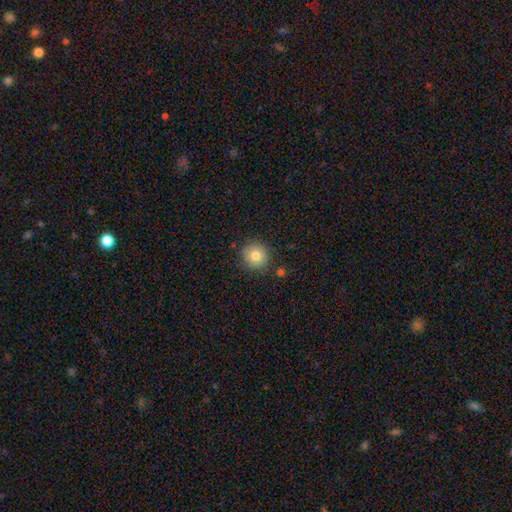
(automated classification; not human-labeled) smooth_or_featured: smooth (p=0.80) [alt: star or artifact p=0.11]
how_rounded: round (p=0.94) [alt: in between p=0.05]
merging: none (p=0.86) [alt: minor disturbance p=0.09]